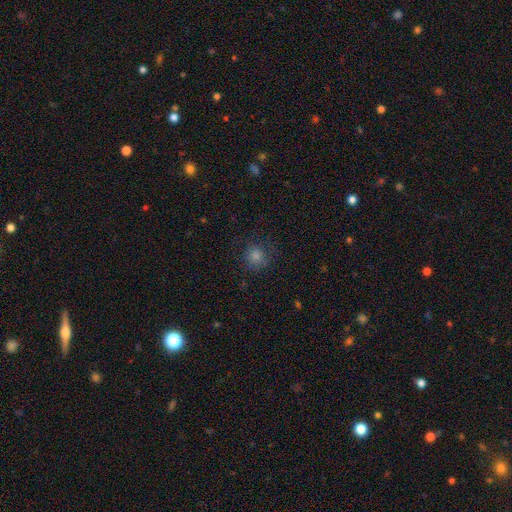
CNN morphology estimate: This appears to be a smooth galaxy with no disk features (76%) that is round (91%). Merging: none (80%).